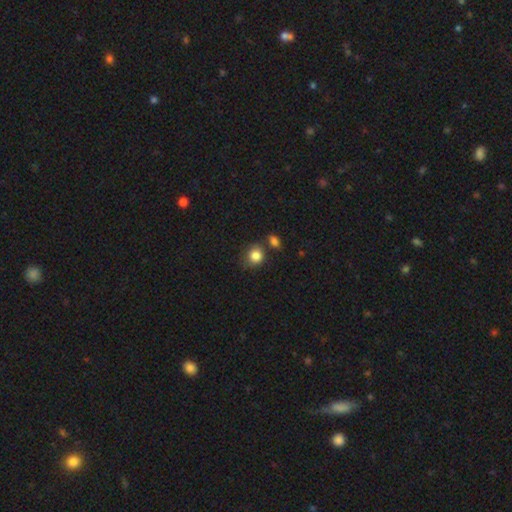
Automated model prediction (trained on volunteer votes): This is clearly a smooth galaxy (85%). How rounded: likely round (75%). Merging: likely none (65%).